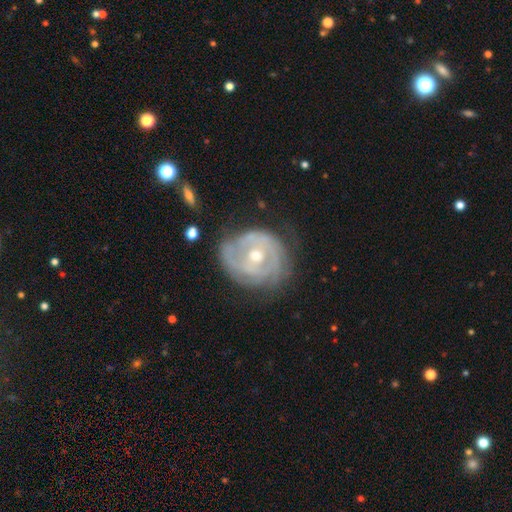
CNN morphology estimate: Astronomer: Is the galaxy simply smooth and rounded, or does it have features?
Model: featured or disk — 78%.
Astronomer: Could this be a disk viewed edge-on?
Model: no — 97%.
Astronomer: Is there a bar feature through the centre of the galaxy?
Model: no — 65%.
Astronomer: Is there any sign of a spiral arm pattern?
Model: yes — 75%.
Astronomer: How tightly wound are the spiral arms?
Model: tight — 67%.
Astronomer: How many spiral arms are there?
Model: can't tell — 43% (runner-up: 2, 27%).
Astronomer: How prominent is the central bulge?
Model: moderate — 67%.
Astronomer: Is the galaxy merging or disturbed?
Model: none — 64%.